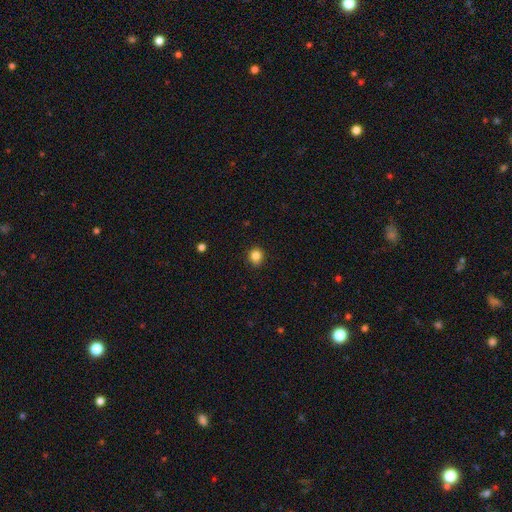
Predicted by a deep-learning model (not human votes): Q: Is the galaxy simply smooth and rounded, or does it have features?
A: smooth — 85%.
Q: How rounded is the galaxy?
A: round — 83%.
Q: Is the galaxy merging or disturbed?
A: none — 88%.